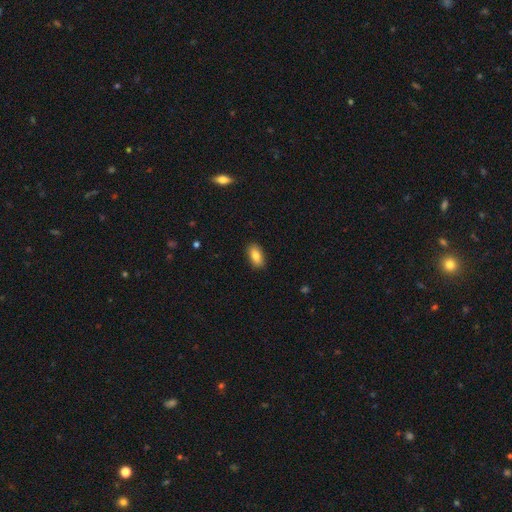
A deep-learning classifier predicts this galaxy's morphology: A smooth galaxy with no disk features (83%) that is in between round and cigar-shaped (90%). Merging: none (88%).